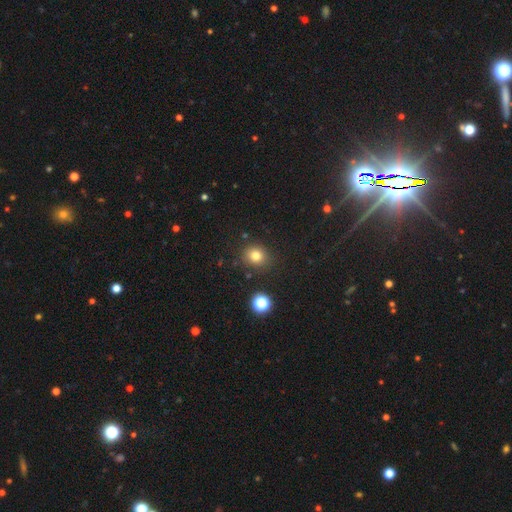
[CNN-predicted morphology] smooth 78%, star or artifact 15%, featured or disk 7%. Down the decision tree: how rounded — round (81%); merging — none (85%).